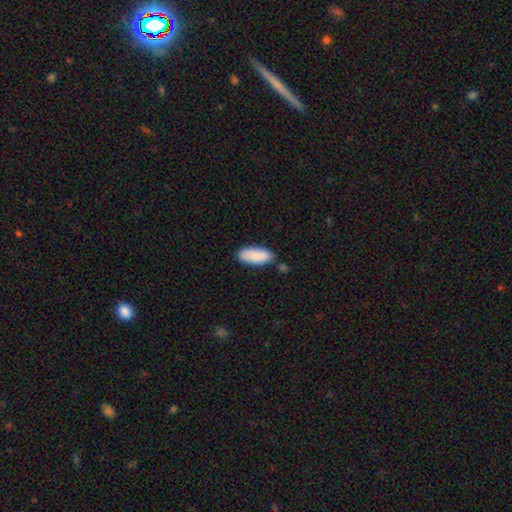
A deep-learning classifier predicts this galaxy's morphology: smooth_or_featured: smooth (p=0.88) [alt: star or artifact p=0.06]
how_rounded: in between (p=0.83) [alt: cigar-shaped p=0.15]
merging: none (p=0.77) [alt: minor disturbance p=0.15]